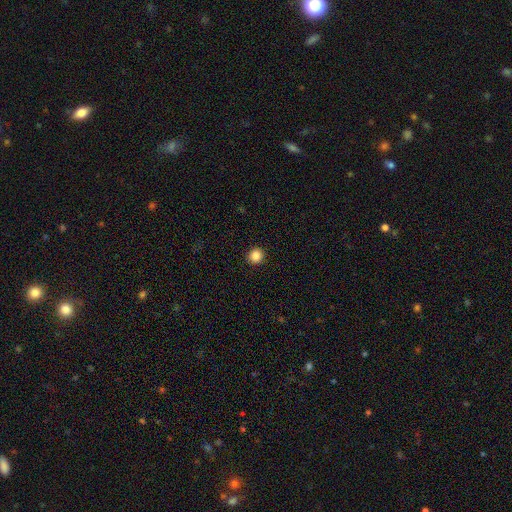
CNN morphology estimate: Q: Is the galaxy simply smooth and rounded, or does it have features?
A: smooth — 85%.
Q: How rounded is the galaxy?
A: round — 93%.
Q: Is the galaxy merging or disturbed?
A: none — 93%.